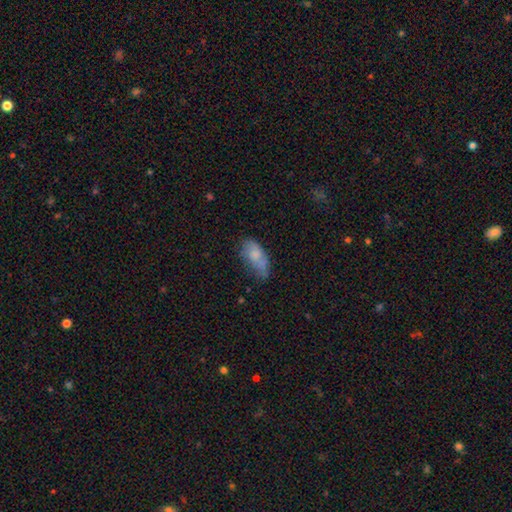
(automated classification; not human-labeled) The model was most divided on "merging": none: 43%, minor disturbance: 34%, major disturbance: 15%, merger: 8%. More confident: how rounded — in between (87%); smooth or featured — smooth (70%).